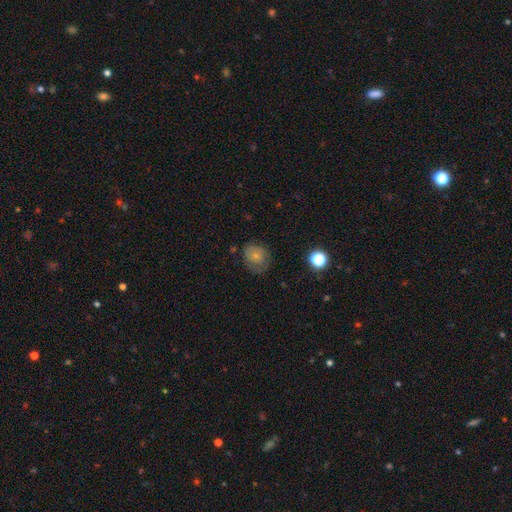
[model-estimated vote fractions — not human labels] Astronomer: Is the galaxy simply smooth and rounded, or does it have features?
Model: smooth — 68%.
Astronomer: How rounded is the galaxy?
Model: round — 64%.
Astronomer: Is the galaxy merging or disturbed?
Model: none — 61%.